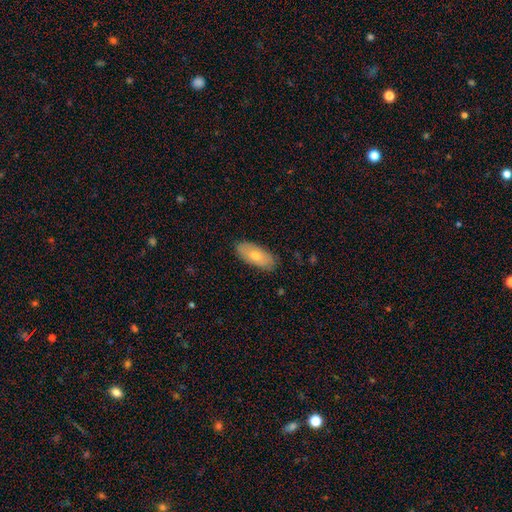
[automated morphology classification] Smooth or featured? smooth (72%)
How rounded? in between (88%)
Merging? none (86%)